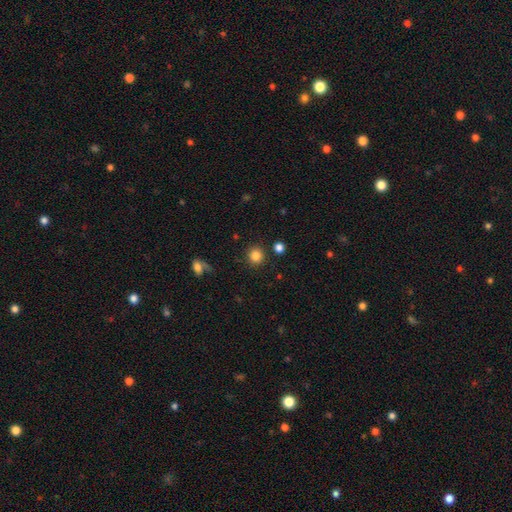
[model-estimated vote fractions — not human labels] The model was most divided on "smooth or featured": smooth: 84%, star or artifact: 11%, featured or disk: 5%. More confident: how rounded — round (92%); merging — none (88%).